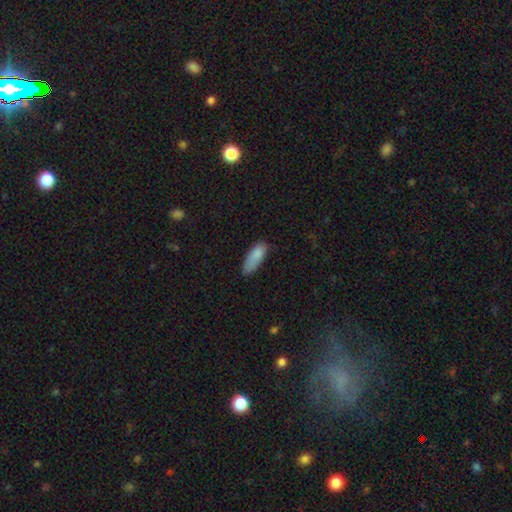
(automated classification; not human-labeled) Smooth or featured? smooth (86%)
How rounded? in between (71%)
Merging? none (59%)